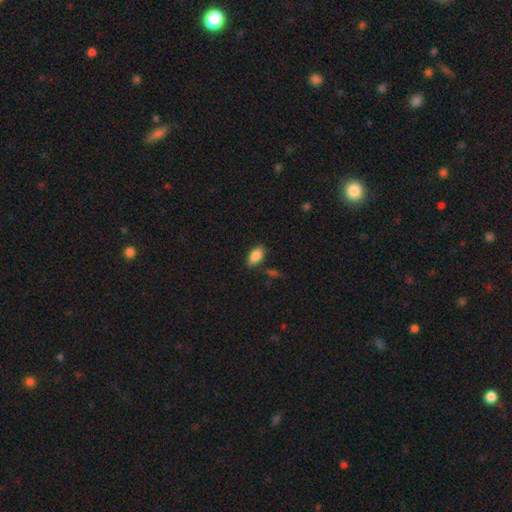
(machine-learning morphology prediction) smooth_or_featured: smooth (p=0.86) [alt: star or artifact p=0.08]
how_rounded: in between (p=0.92) [alt: cigar-shaped p=0.04]
merging: none (p=0.81) [alt: minor disturbance p=0.13]